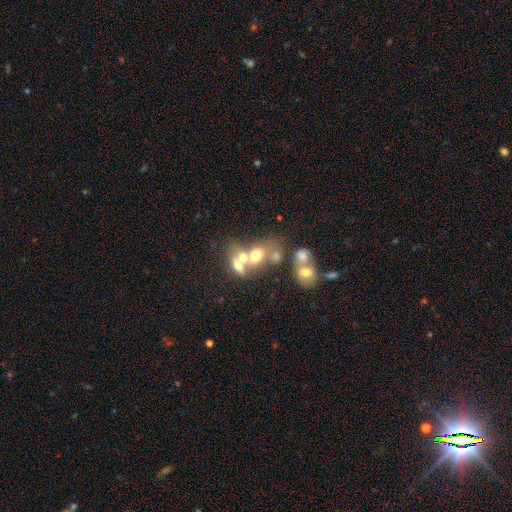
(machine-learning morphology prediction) This appears to be a smooth galaxy with no disk features (58%) that is in between round and cigar-shaped (58%). Merging: merger (60%).